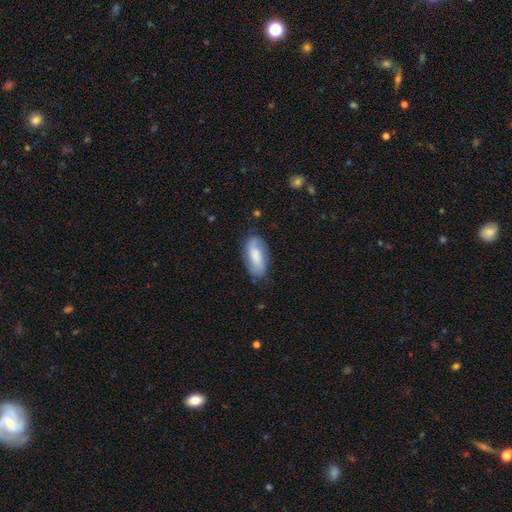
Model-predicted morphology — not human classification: Smooth or featured? Predicted: smooth (p=0.61). How rounded? Predicted: in between (p=0.88). Merging? Predicted: none (p=0.73).